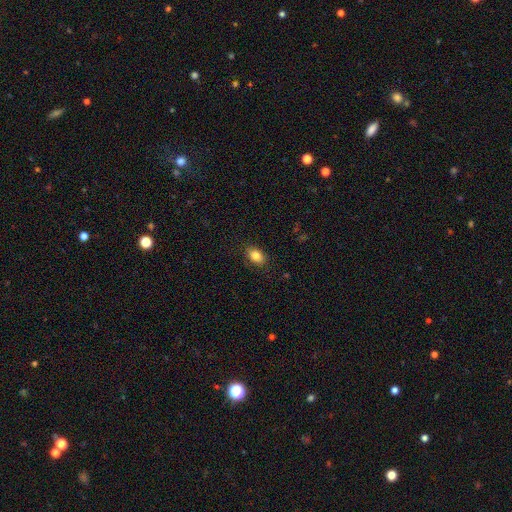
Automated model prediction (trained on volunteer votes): smooth 85%, star or artifact 9%, featured or disk 7%. Down the decision tree: how rounded — in between (82%); merging — none (86%).